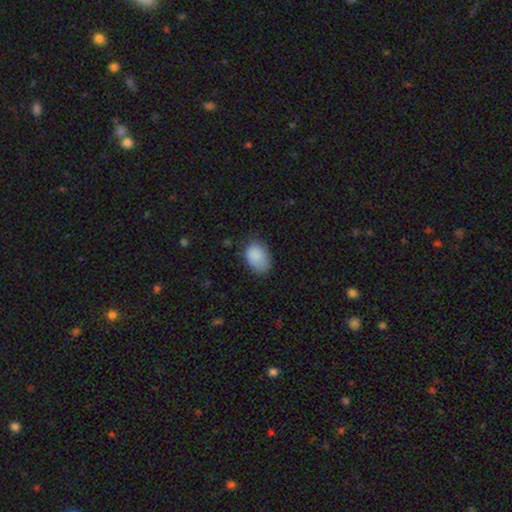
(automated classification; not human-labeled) A smooth galaxy with no disk features (87%) that is in between round and cigar-shaped (83%). Merging: none (65%).